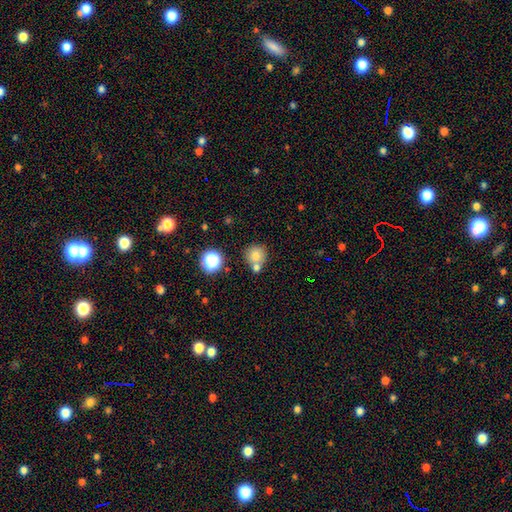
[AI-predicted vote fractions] smooth-or-featured: smooth: 75% | star or artifact: 14% | featured or disk: 12%
  how-rounded: round: 89% | in between: 10% | cigar-shaped: 1%
  merging: none: 57% | merger: 30% | minor disturbance: 9% | major disturbance: 3%